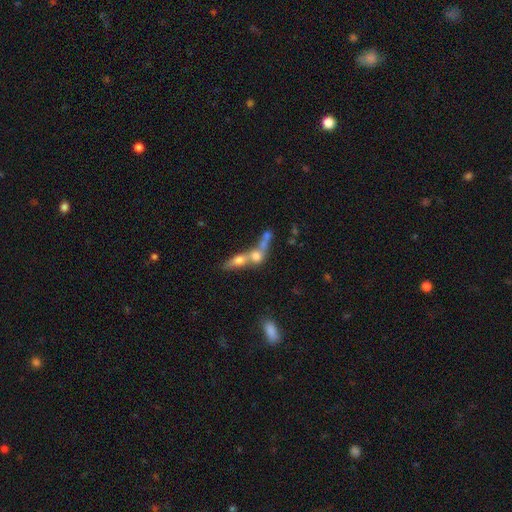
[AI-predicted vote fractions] Overall: smooth (51%; featured or disk 36%). How rounded: in between (42%; cigar-shaped 30%). Merging: merger (71%).